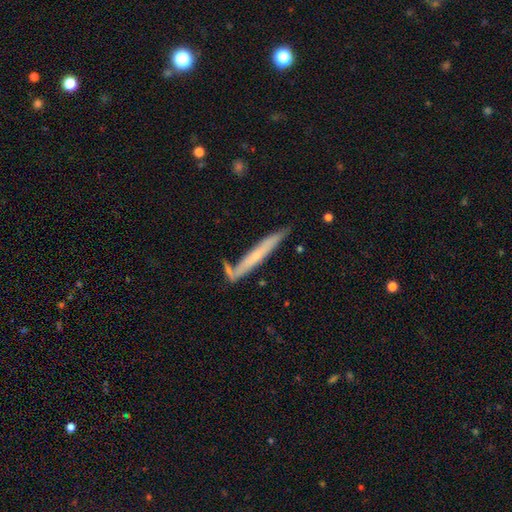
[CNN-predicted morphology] This appears to be a smooth galaxy with no disk features (47%, tied with featured or disk). Merging: none (70%).